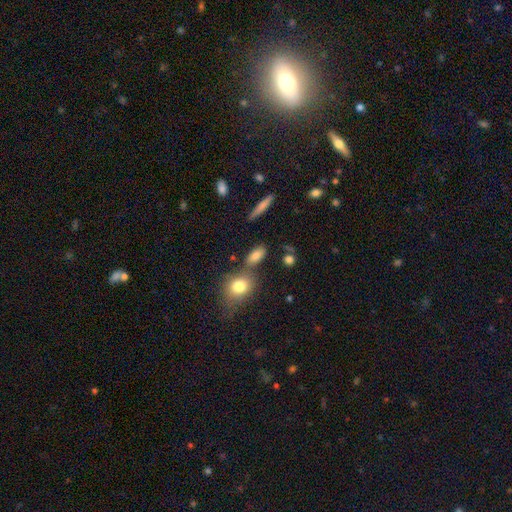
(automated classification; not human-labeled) A smooth galaxy with no disk features (80%) that is in between round and cigar-shaped (77%). Merging: none (69%).